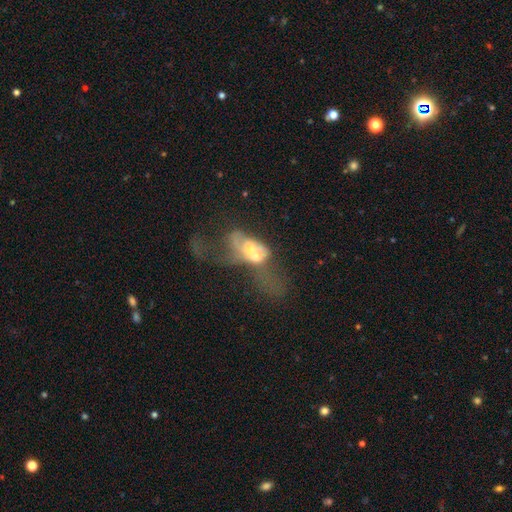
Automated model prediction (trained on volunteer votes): A featured or disk galaxy (49%). Merging: merger (60%).